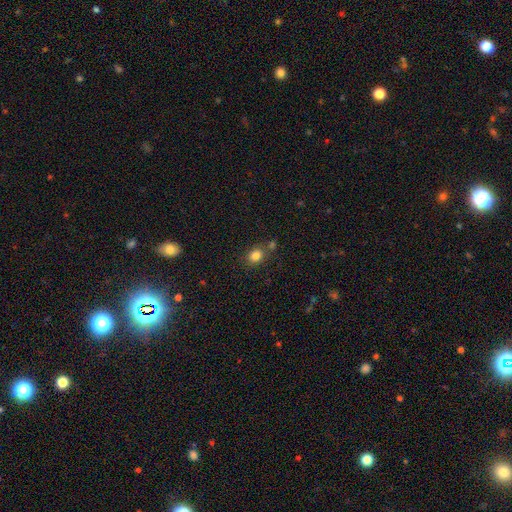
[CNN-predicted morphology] A smooth galaxy with no disk features (82%) that is round (50%). Merging: none (71%).